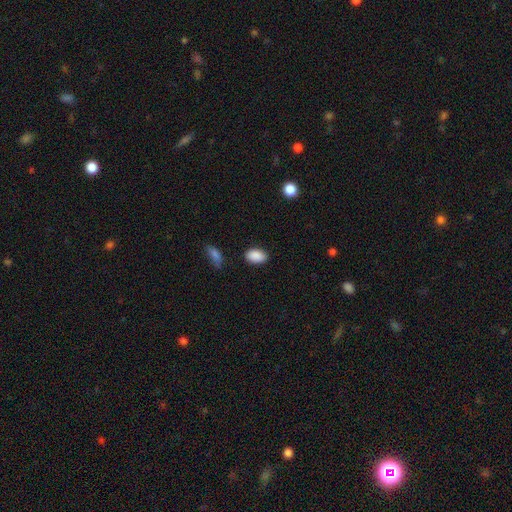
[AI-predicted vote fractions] Smooth or featured: smooth — 89% (star or artifact — 7%)
How rounded: in between — 91% (round — 8%)
Merging: none — 85% (minor disturbance — 10%)